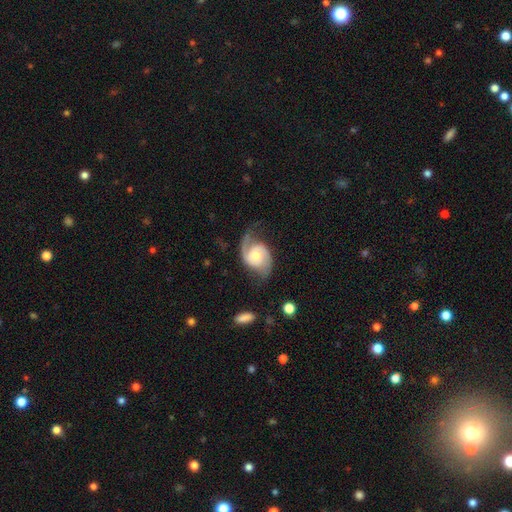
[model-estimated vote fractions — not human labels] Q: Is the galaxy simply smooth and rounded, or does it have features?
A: featured or disk — 86%.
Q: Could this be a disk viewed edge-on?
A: no — 97%.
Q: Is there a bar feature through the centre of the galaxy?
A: no — 63%.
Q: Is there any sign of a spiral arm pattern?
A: yes — 96%.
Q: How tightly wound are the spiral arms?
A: medium — 47%.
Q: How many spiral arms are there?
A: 2 — 87%.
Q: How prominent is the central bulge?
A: moderate — 60%.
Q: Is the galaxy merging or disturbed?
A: none — 61%.